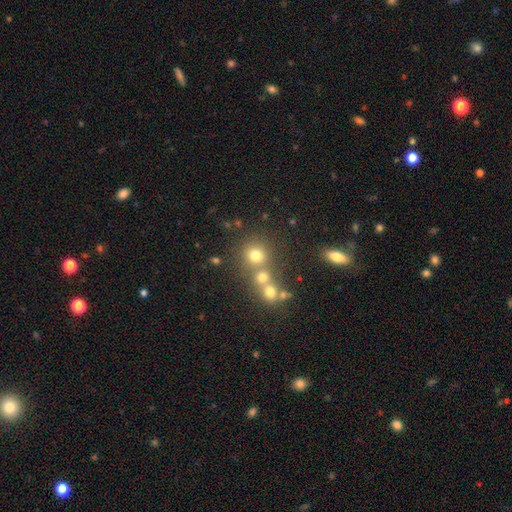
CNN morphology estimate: Q: Smooth or featured?
A: smooth (71%); runner-up: star or artifact (18%)
Q: How rounded?
A: round (87%); runner-up: in between (12%)
Q: Merging?
A: none (56%); runner-up: merger (33%)